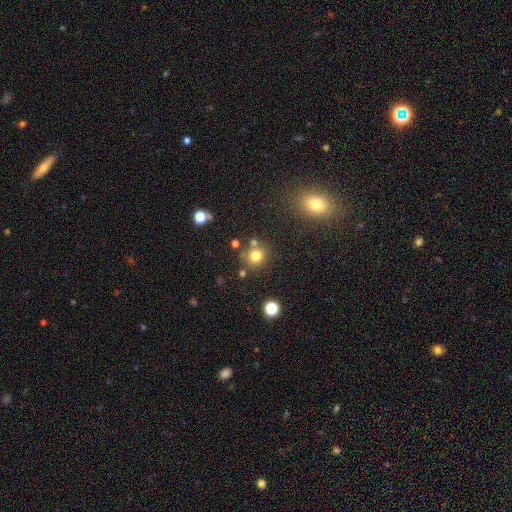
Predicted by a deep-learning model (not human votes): Smooth or featured? smooth (77%)
How rounded? round (88%)
Merging? none (74%)